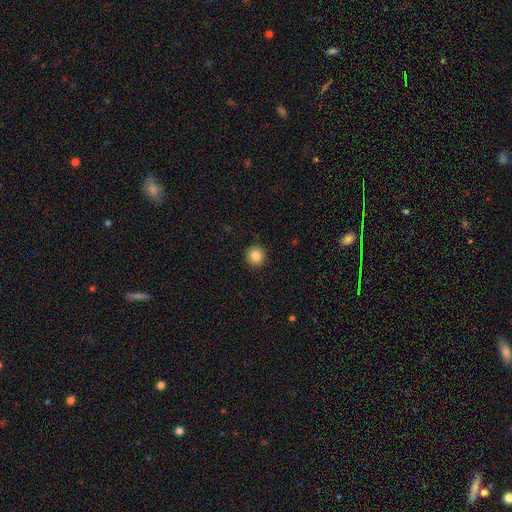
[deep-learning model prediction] Smooth or featured? Predicted: smooth (p=0.85). How rounded? Predicted: round (p=0.93). Merging? Predicted: none (p=0.92).